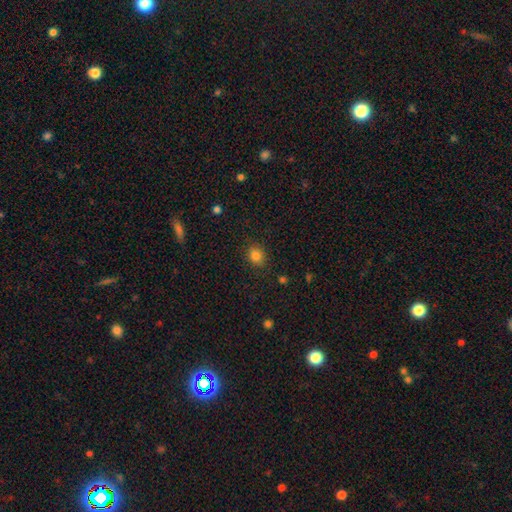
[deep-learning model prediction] Smooth or featured? Predicted: smooth (p=0.83). How rounded? Predicted: round (p=0.63). Merging? Predicted: none (p=0.86).